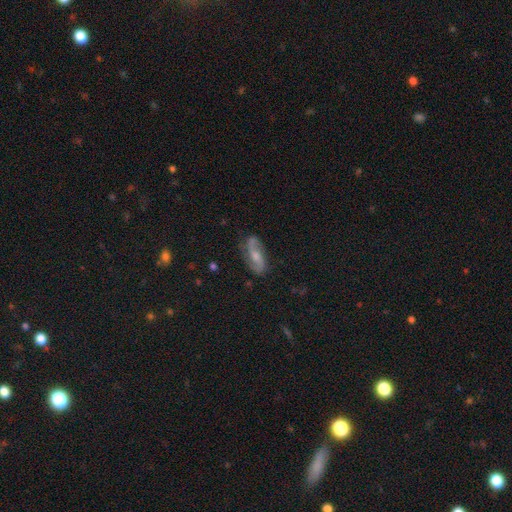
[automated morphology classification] A featured or disk galaxy (71%) with no bar (45%), 2 (89%) loose (50%) spiral arms (93%) and a moderate central bulge (49%).

Vote fractions:
- Smooth or featured? featured or disk: 71% / smooth: 22% / star or artifact: 7%
- Edge-on disk? no: 92% / yes: 8%
- Bar? no: 45% / weak: 41% / strong: 15%
- Spiral arms? yes: 93% / no: 7%
- Spiral winding? loose: 50% / medium: 36% / tight: 14%
- Spiral arm count? 2: 89% / can't tell: 5% / 1: 3% / 3: 1% / 4: 1% / more than 4: 1%
- Bulge size? moderate: 49% / small: 33% / none: 9% / large: 8% / dominant: 1%
- Merging? none: 73% / minor disturbance: 19% / major disturbance: 6% / merger: 2%